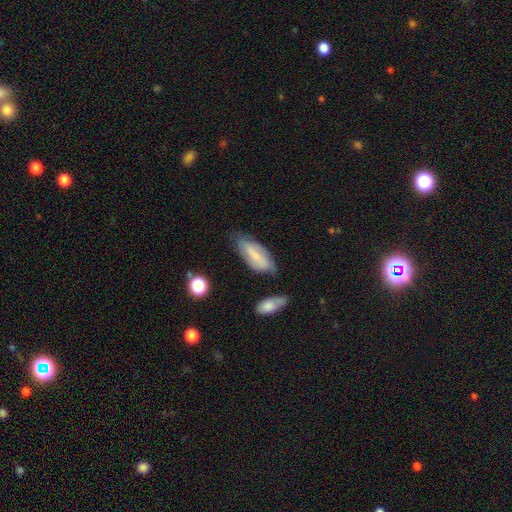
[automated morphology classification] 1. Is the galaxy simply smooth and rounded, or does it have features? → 57% smooth, 36% featured or disk, 7% star or artifact.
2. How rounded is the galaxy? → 74% in between, 24% cigar-shaped, 2% round.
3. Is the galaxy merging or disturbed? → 65% none, 24% minor disturbance, 6% major disturbance, 5% merger.